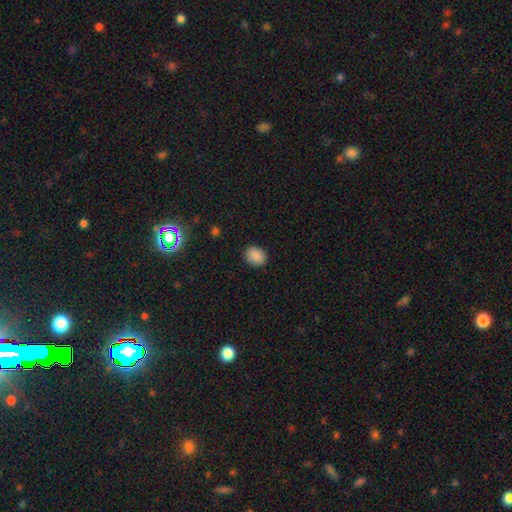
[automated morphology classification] smooth_or_featured: smooth (p=0.87) [alt: star or artifact p=0.09]
how_rounded: round (p=0.54) [alt: in between p=0.45]
merging: none (p=0.87) [alt: minor disturbance p=0.10]